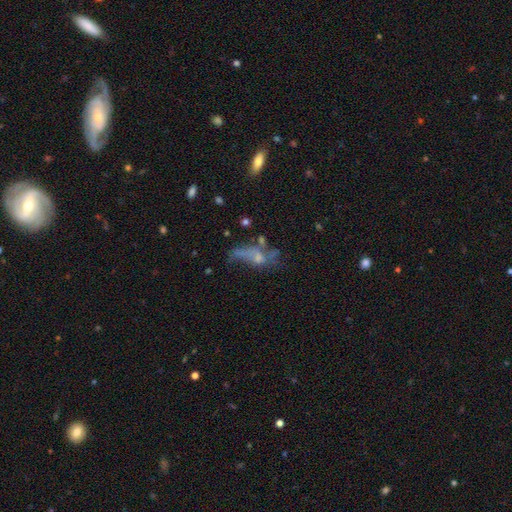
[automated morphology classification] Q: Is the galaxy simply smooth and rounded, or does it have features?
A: featured or disk — 46%.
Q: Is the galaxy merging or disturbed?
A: major disturbance — 36%.